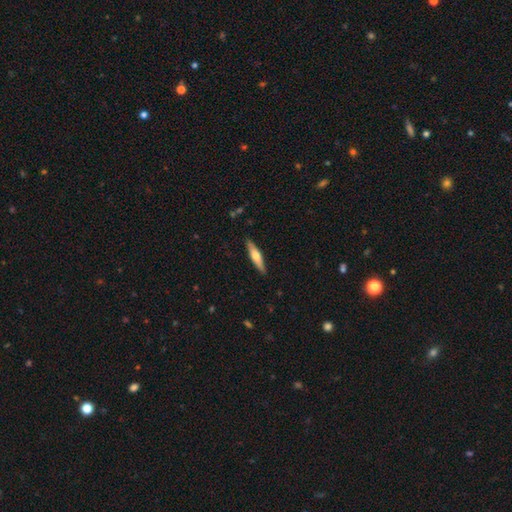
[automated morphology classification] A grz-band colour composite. It shows a smooth galaxy with no disk features (51%) that is cigar-shaped (83%). Merging: none (89%).